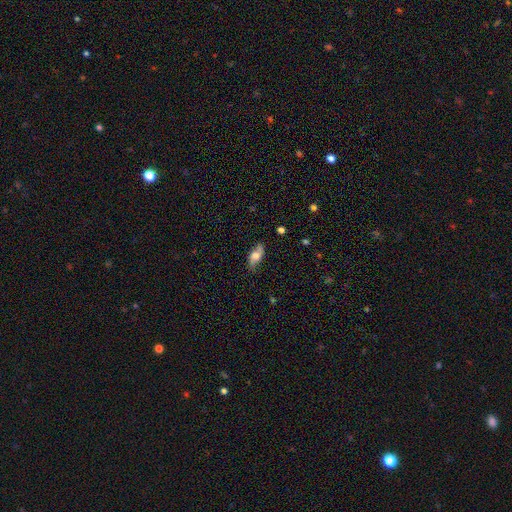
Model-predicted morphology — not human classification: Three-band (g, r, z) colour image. It shows a smooth galaxy with no disk features (51%) that is in between round and cigar-shaped (81%). Merging: none (74%).